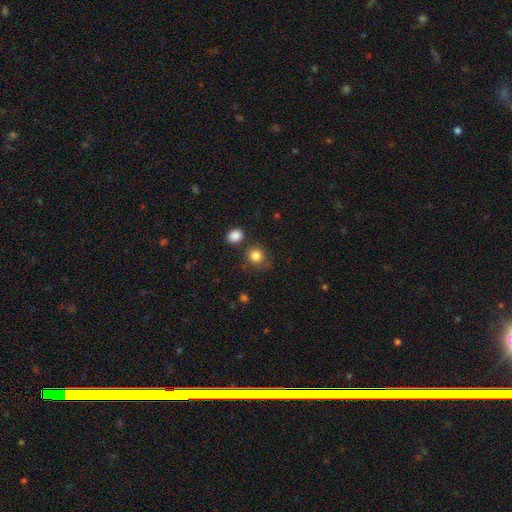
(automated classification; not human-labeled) Overall: smooth (84%). How rounded: round (83%). Merging: none (71%).